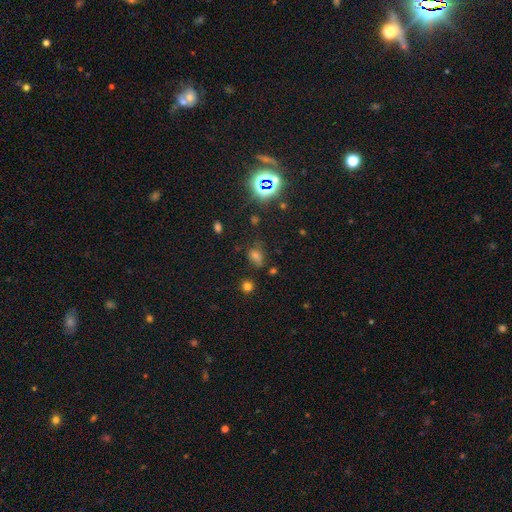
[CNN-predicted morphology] smooth 49%, star or artifact 40%, featured or disk 11%. Down the decision tree: merging — none (64%).